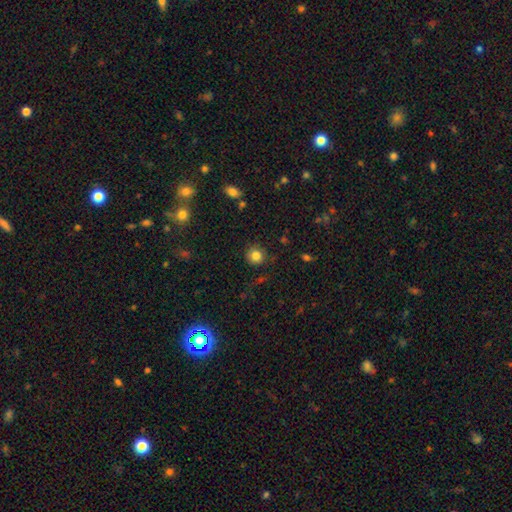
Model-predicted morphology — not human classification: This is clearly a smooth galaxy (83%). How rounded: clearly round (91%). Merging: clearly none (86%).